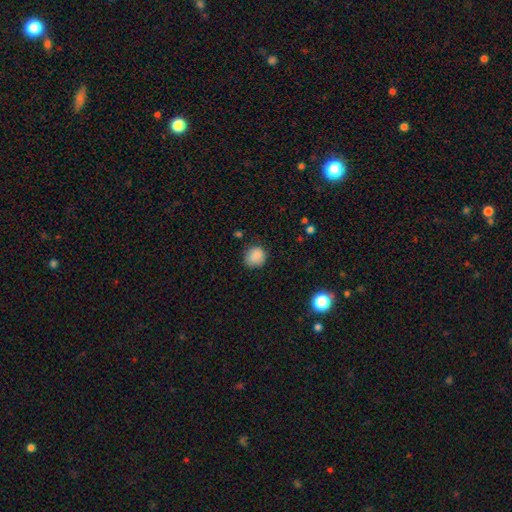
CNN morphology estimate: smooth-or-featured: smooth: 86% | star or artifact: 10% | featured or disk: 5%
  how-rounded: round: 85% | in between: 14% | cigar-shaped: 1%
  merging: none: 76% | minor disturbance: 18% | major disturbance: 4% | merger: 2%